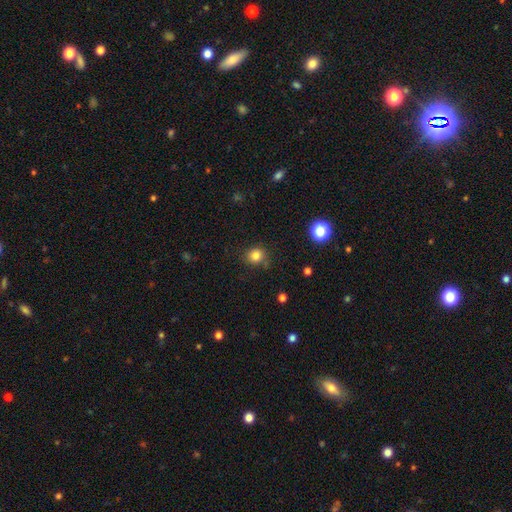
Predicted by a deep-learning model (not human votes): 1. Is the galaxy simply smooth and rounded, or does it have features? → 81% smooth, 13% star or artifact, 6% featured or disk.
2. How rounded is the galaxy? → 80% round, 20% in between, 1% cigar-shaped.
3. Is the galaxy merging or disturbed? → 77% none, 16% minor disturbance, 4% major disturbance, 3% merger.